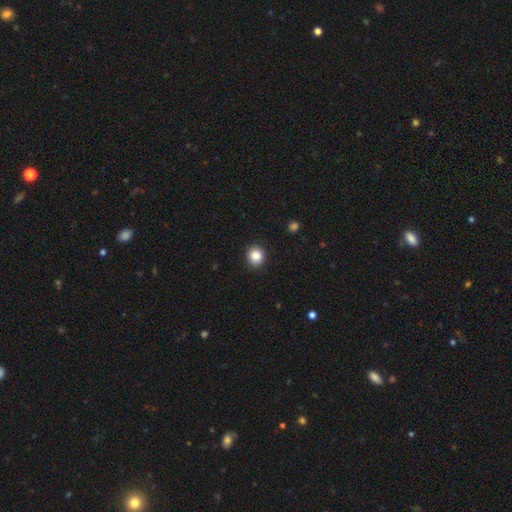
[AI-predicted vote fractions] Smooth or featured?
  - smooth: 86% *
  - star or artifact: 10%
  - featured or disk: 5%
How rounded?
  - round: 83% *
  - in between: 16%
  - cigar-shaped: 1%
Merging?
  - none: 91% *
  - minor disturbance: 6%
  - major disturbance: 2%
  - merger: 1%